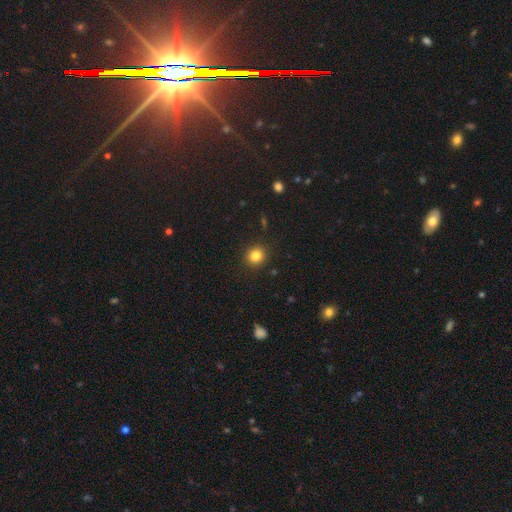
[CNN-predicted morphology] Q: Smooth or featured?
A: smooth (84%); runner-up: star or artifact (11%)
Q: How rounded?
A: round (85%); runner-up: in between (14%)
Q: Merging?
A: none (91%); runner-up: minor disturbance (6%)